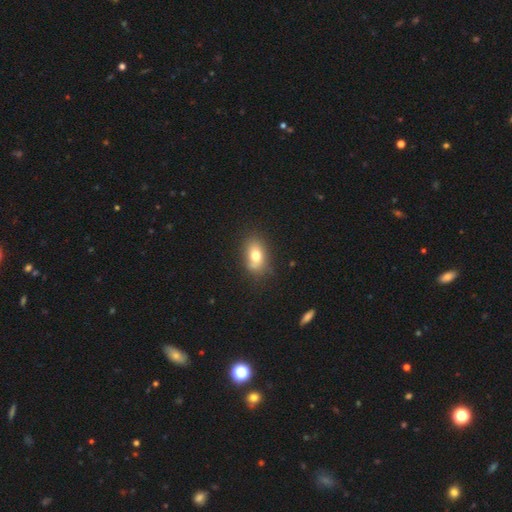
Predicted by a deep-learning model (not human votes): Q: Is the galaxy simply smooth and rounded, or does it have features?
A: smooth — 75%.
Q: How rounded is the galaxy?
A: in between — 83%.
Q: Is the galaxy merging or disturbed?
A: none — 68%.